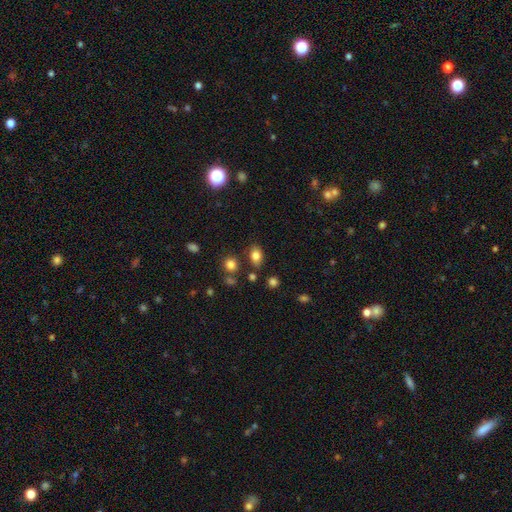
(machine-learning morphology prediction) A smooth galaxy with no disk features (80%) that is in between round and cigar-shaped (76%). Merging: none (77%).